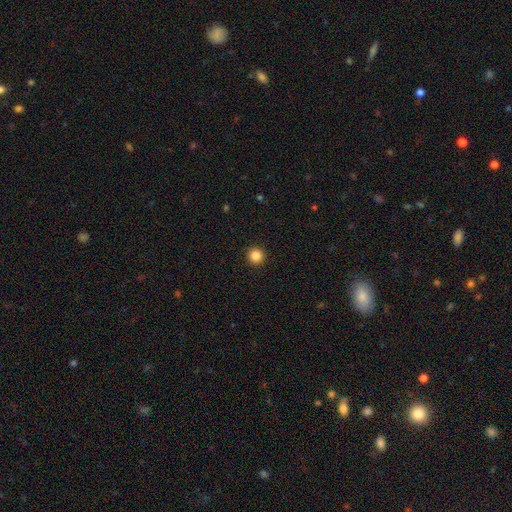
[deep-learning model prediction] Overall: smooth (86%). How rounded: round (96%). Merging: none (93%).